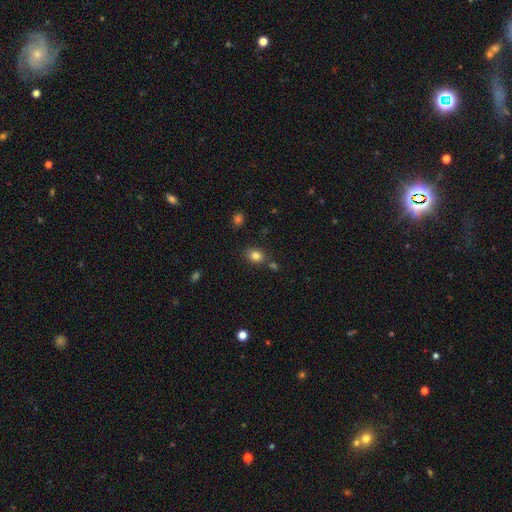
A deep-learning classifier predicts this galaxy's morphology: The model was most divided on "how rounded": round: 53%, in between: 46%, cigar-shaped: 1%. More confident: smooth or featured — smooth (82%); merging — none (73%).